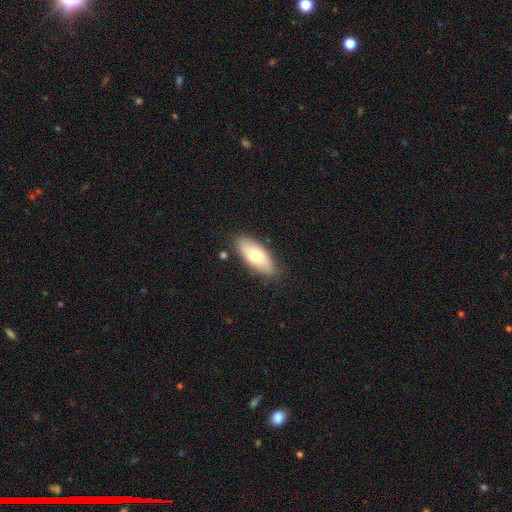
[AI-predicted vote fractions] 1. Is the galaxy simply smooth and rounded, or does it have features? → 70% smooth, 24% featured or disk, 6% star or artifact.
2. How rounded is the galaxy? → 86% in between, 12% cigar-shaped, 2% round.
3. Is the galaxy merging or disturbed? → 83% none, 12% minor disturbance, 3% major disturbance, 2% merger.